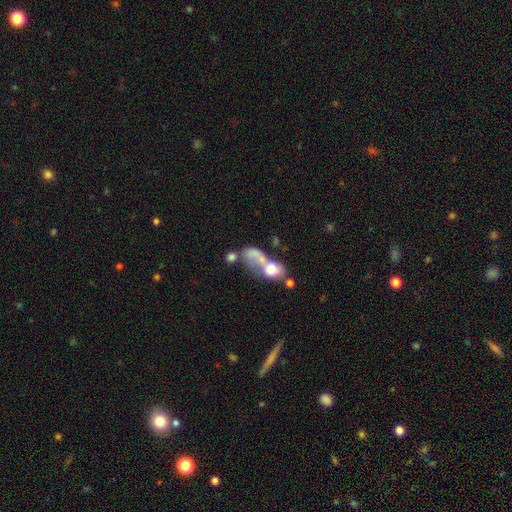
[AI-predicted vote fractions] Smooth or featured? Predicted: smooth (p=0.55). How rounded? Predicted: in between (p=0.70). Merging? Predicted: merger (p=0.63).